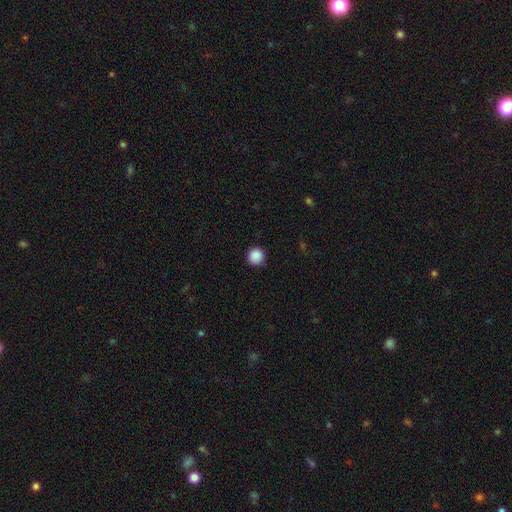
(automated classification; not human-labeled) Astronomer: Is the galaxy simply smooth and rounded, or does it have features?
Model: smooth — 89%.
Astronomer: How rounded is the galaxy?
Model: round — 95%.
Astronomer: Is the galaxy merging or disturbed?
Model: none — 89%.